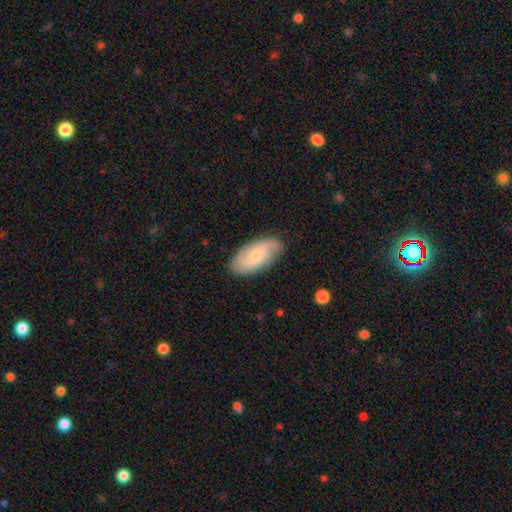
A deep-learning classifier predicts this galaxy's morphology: This is possibly a smooth galaxy (48%). Merging: clearly none (82%).